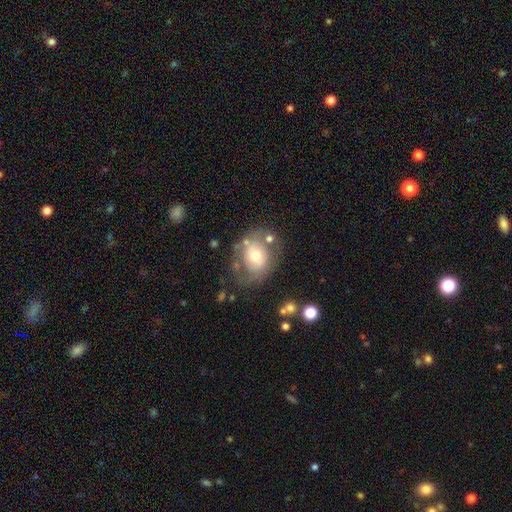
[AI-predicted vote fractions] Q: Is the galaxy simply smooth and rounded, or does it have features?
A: smooth — 51%.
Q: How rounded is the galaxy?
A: round — 57%.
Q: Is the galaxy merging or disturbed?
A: none — 63%.